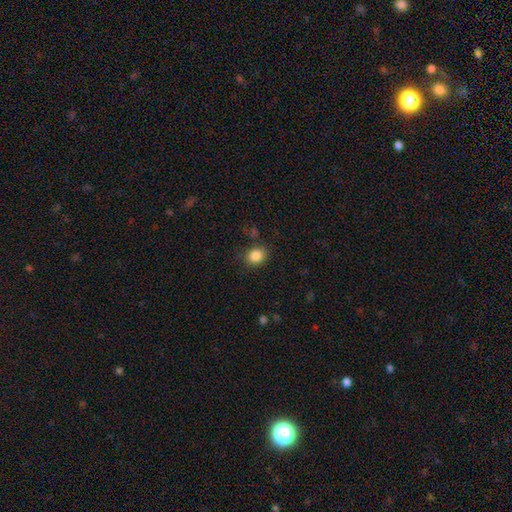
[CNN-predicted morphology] Overall: smooth (85%). How rounded: round (62%; in between 37%). Merging: none (81%).